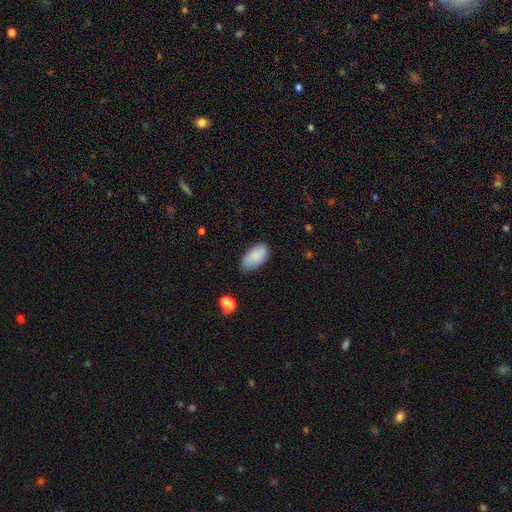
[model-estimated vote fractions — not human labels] This is clearly a smooth galaxy (85%). How rounded: clearly in between (95%). Merging: likely none (75%).